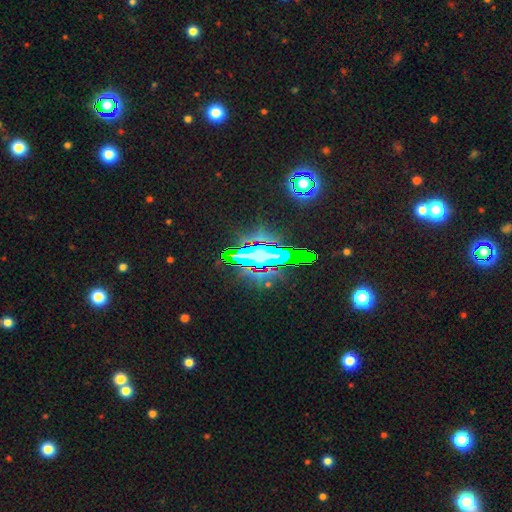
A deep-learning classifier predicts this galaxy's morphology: A star or artifact, not a galaxy (70%).